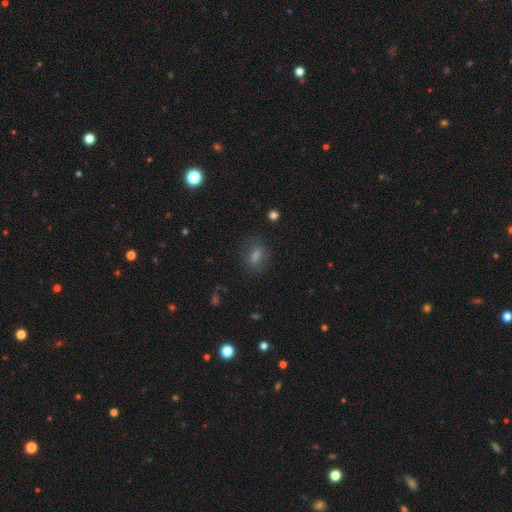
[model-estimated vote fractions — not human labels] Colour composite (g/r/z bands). It shows a smooth galaxy with no disk features (75%) that is in between round and cigar-shaped (74%). Merging: none (71%).